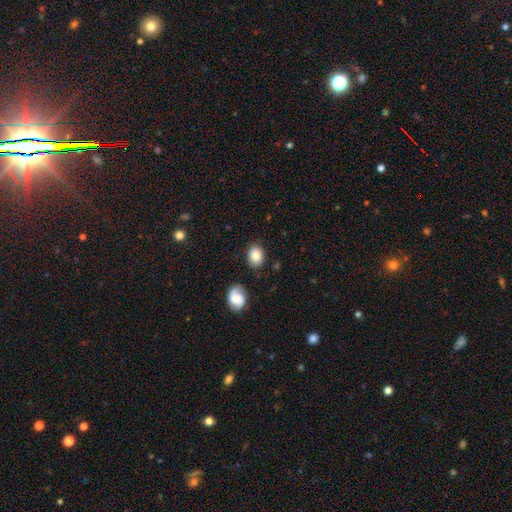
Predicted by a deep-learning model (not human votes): This is clearly a smooth galaxy (83%). How rounded: likely in between (65%). Merging: clearly none (82%).